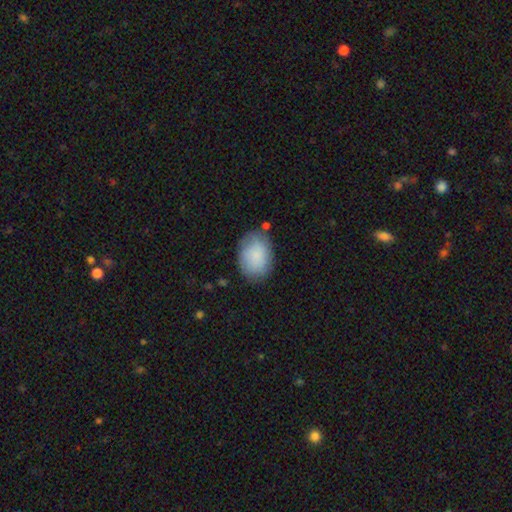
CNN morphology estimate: Smooth or featured? Predicted: smooth (p=0.85). How rounded? Predicted: in between (p=0.78). Merging? Predicted: none (p=0.74).